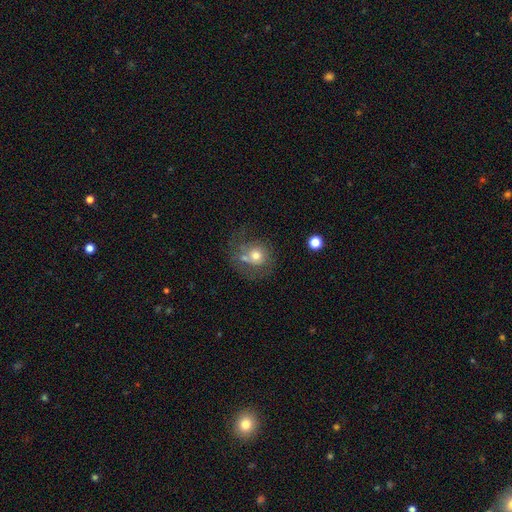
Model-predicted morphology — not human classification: Q: Smooth or featured?
A: smooth (53%); runner-up: featured or disk (37%)
Q: How rounded?
A: round (80%); runner-up: in between (19%)
Q: Merging?
A: none (38%); runner-up: merger (26%)